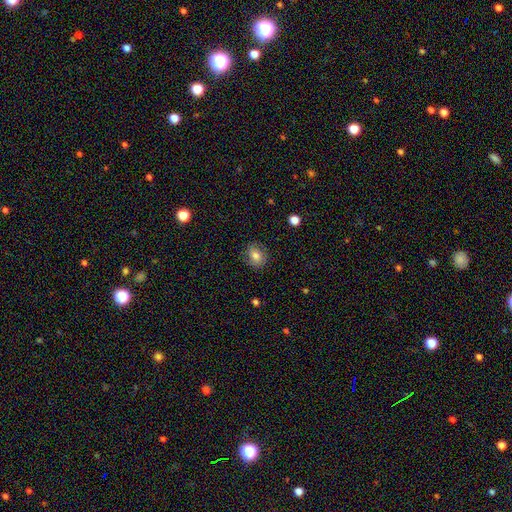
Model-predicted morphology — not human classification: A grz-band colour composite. It shows a smooth galaxy with no disk features (73%) that is round (63%). Merging: none (81%).